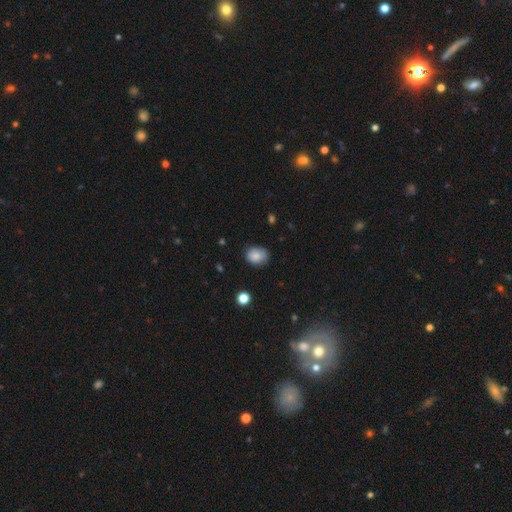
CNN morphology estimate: The model was most divided on "how rounded": in between: 51%, round: 48%, cigar-shaped: 1%. More confident: smooth or featured — smooth (84%); merging — none (76%).